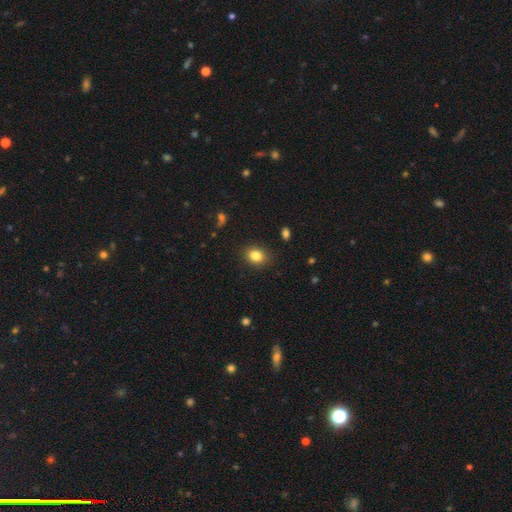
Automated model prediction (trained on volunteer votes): Smooth or featured: smooth — 83% (star or artifact — 10%)
How rounded: in between — 53% (round — 46%)
Merging: none — 87% (minor disturbance — 10%)